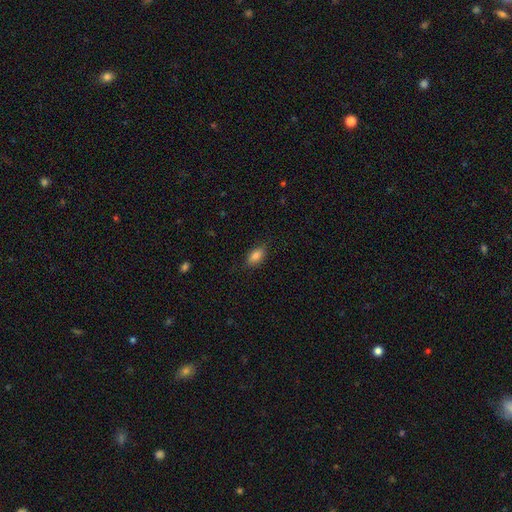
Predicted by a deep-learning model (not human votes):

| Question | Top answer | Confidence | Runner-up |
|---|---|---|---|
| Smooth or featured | smooth | 84% | star or artifact (8%) |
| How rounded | in between | 89% | round (6%) |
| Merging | none | 81% | minor disturbance (15%) |